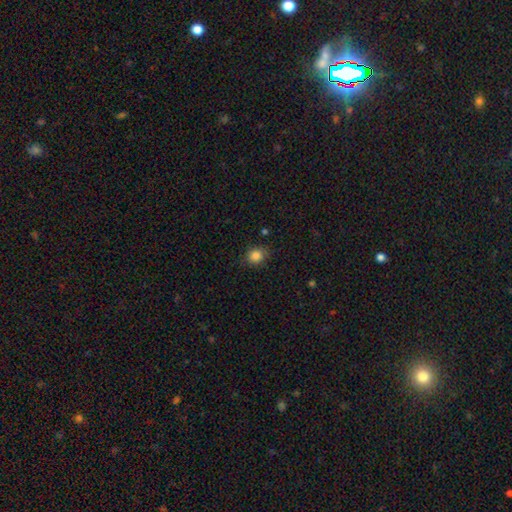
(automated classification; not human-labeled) This is clearly a smooth galaxy (84%). How rounded: likely round (73%). Merging: clearly none (84%).